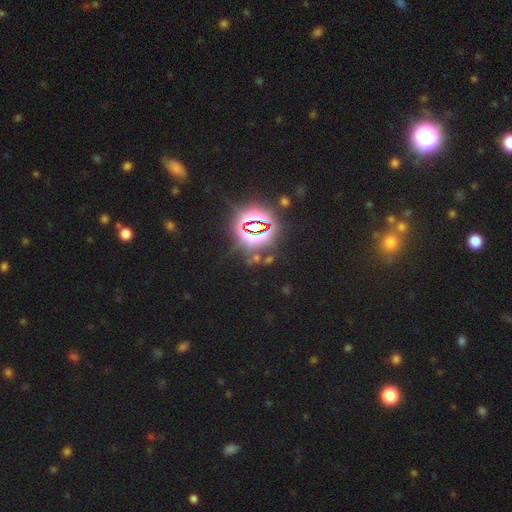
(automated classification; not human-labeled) Q: Smooth or featured?
A: star or artifact (80%); runner-up: smooth (12%)